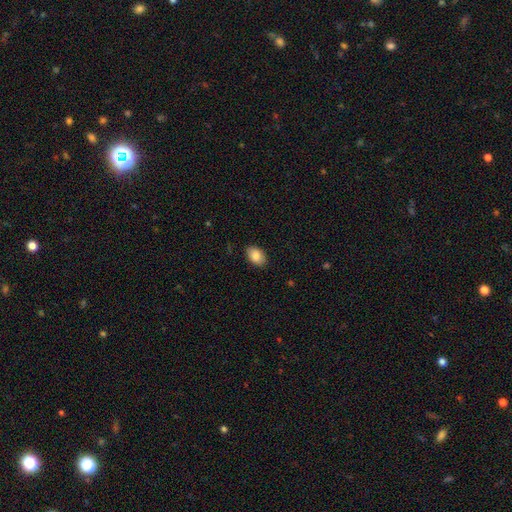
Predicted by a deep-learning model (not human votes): Smooth or featured? Predicted: smooth (p=0.87). How rounded? Predicted: in between (p=0.87). Merging? Predicted: none (p=0.88).